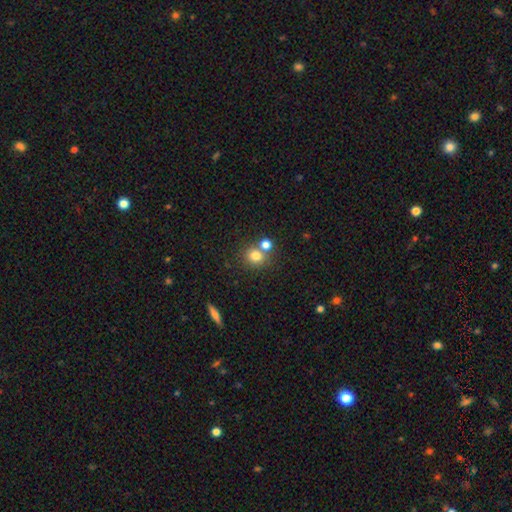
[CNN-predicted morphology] Overall: smooth (78%). How rounded: round (82%). Merging: none (58%; merger 32%).